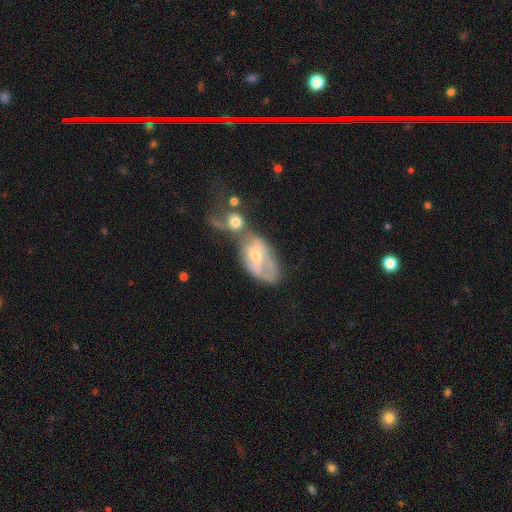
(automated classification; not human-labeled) Smooth or featured? Predicted: featured or disk (p=0.63). Edge-on disk? Predicted: no (p=0.93). Bar? Predicted: no (p=0.55). Spiral arms? Predicted: yes (p=0.55). Bulge size? Predicted: moderate (p=0.54). Merging? Predicted: merger (p=0.57).